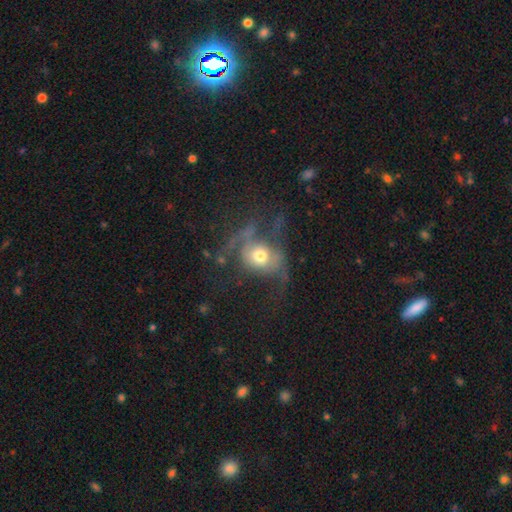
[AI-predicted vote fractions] Smooth or featured? Predicted: featured or disk (p=0.50). Merging? Predicted: none (p=0.41).